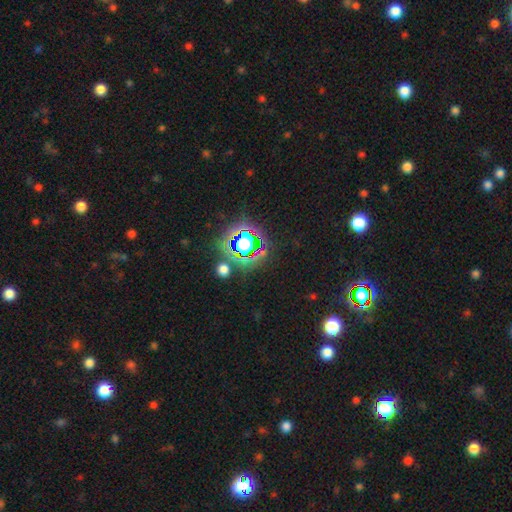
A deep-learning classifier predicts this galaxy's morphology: A star or artifact, not a galaxy (73%).